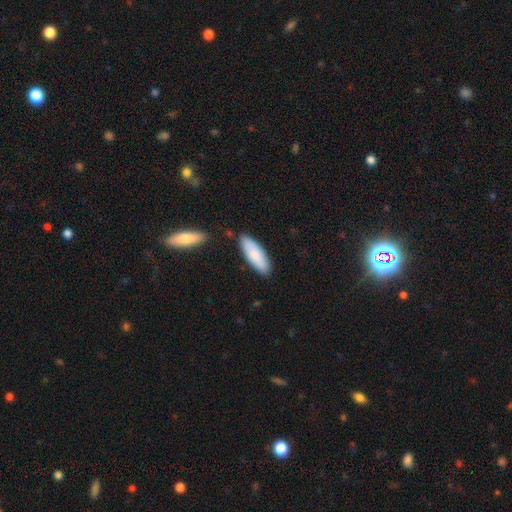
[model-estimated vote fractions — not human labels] Smooth or featured? smooth (83%)
How rounded? in between (62%)
Merging? none (80%)